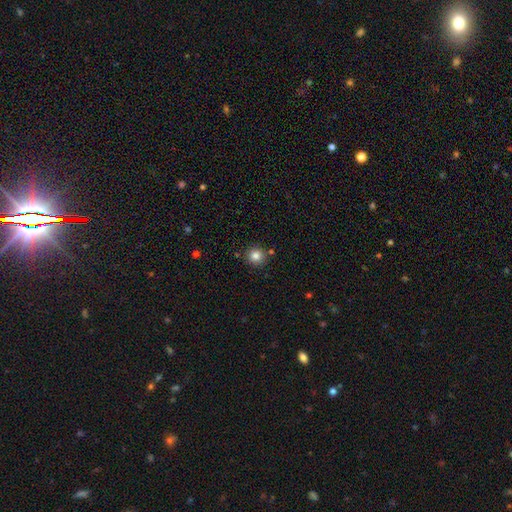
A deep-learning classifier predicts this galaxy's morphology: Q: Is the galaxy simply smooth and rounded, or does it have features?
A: smooth — 83%.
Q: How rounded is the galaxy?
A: round — 94%.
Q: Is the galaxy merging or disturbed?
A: none — 86%.